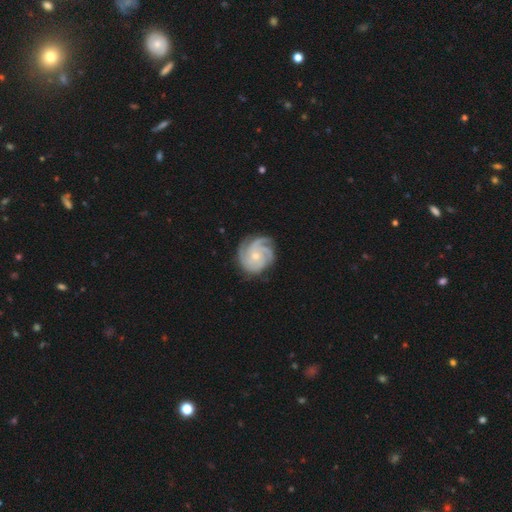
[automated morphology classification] Overall: featured or disk (89%). Edge-on disk: no (98%). Bar: no (76%). Spiral arms: yes (98%). Spiral arm count: 3 (38%; 4 35%). Spiral winding: tight (69%). Bulge size: small (64%; moderate 32%). Merging: none (78%).